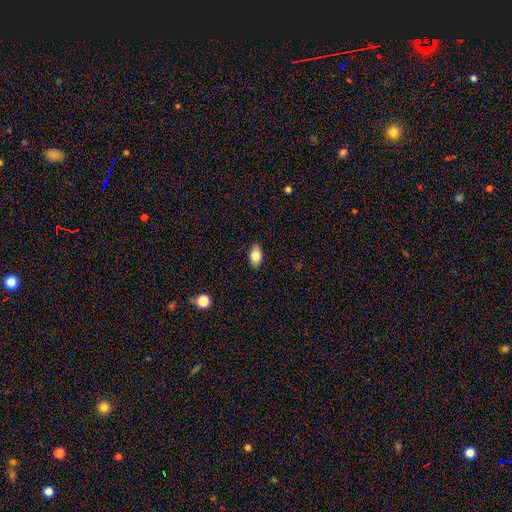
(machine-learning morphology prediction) Smooth or featured?
  - smooth: 82% *
  - featured or disk: 10%
  - star or artifact: 8%
How rounded?
  - in between: 89% *
  - round: 8%
  - cigar-shaped: 3%
Merging?
  - none: 86% *
  - minor disturbance: 10%
  - major disturbance: 2%
  - merger: 1%